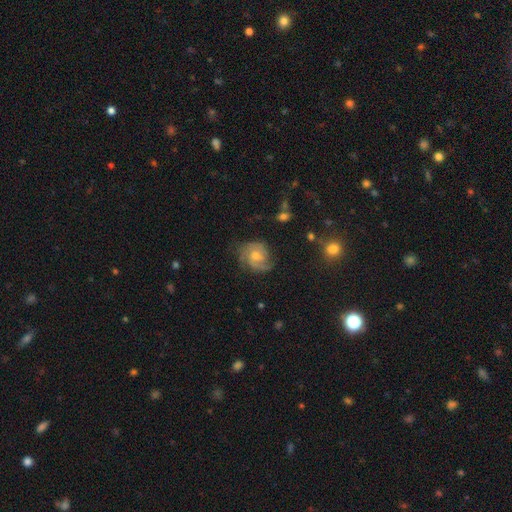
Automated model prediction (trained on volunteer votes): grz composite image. It shows a featured or disk galaxy (73%) with no bar (65%), 2 (48%) medium (44%) spiral arms (93%) and a moderate central bulge (56%). Merging: none (65%).